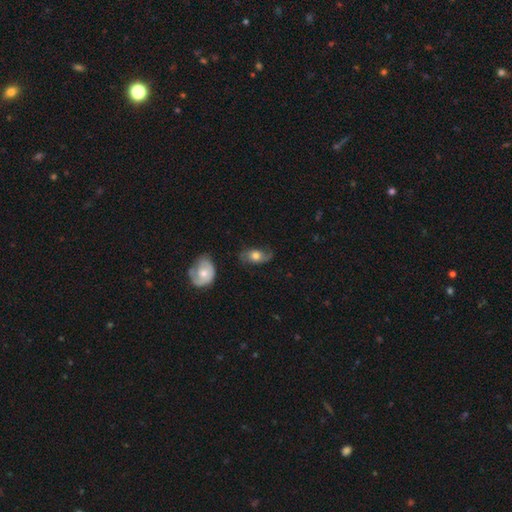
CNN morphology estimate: featured or disk 50%, smooth 43%, star or artifact 7%. Down the decision tree: merging — none (55%).